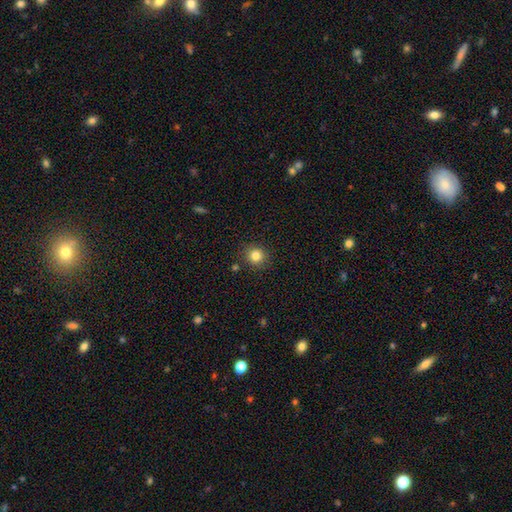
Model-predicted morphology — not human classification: smooth-or-featured: smooth: 82% | star or artifact: 12% | featured or disk: 5%
  how-rounded: round: 90% | in between: 9% | cigar-shaped: 1%
  merging: none: 88% | minor disturbance: 7% | merger: 3% | major disturbance: 2%